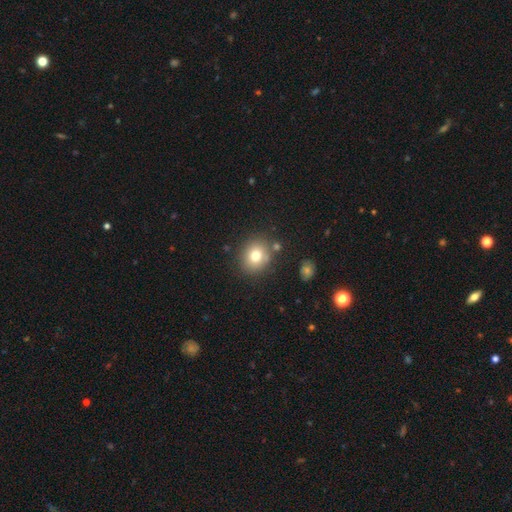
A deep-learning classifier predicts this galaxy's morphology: Smooth or featured: smooth — 76% (star or artifact — 12%)
How rounded: round — 72% (in between — 27%)
Merging: none — 79% (minor disturbance — 11%)